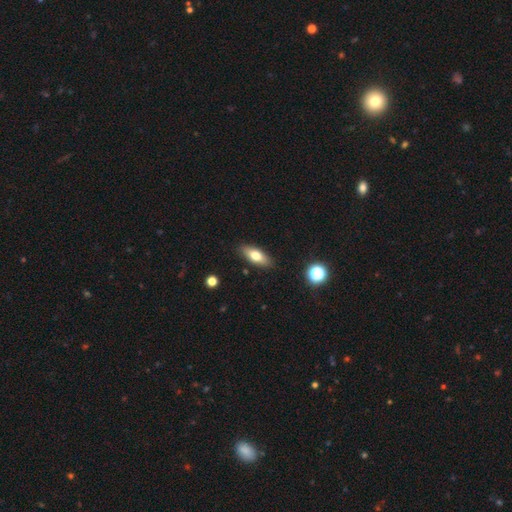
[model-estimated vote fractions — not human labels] Overall: smooth (72%). How rounded: in between (73%). Merging: none (88%).